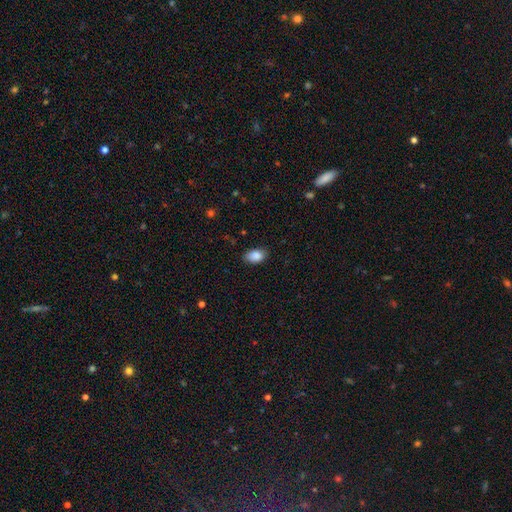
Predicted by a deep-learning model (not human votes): The model was most divided on "merging": none: 84%, minor disturbance: 13%, major disturbance: 3%, merger: 1%. More confident: how rounded — in between (90%); smooth or featured — smooth (88%).